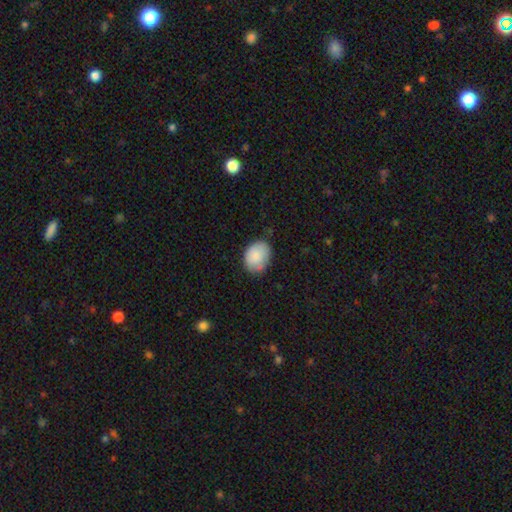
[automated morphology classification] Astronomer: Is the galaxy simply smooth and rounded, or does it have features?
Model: smooth — 86%.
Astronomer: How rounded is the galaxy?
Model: in between — 66%.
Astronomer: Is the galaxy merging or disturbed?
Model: none — 71%.